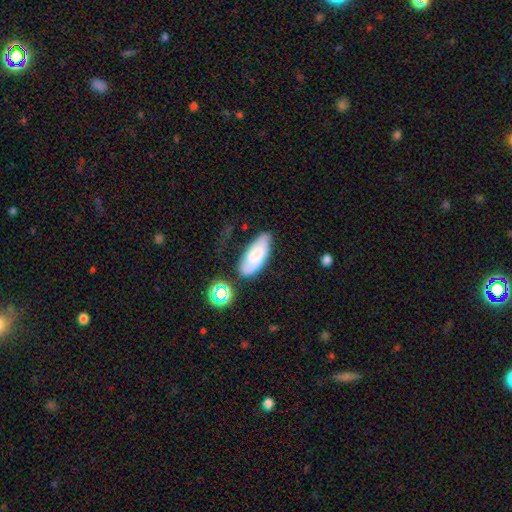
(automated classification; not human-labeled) This appears to be a smooth galaxy with no disk features (59%) that is in between round and cigar-shaped (84%). Merging: none (58%).